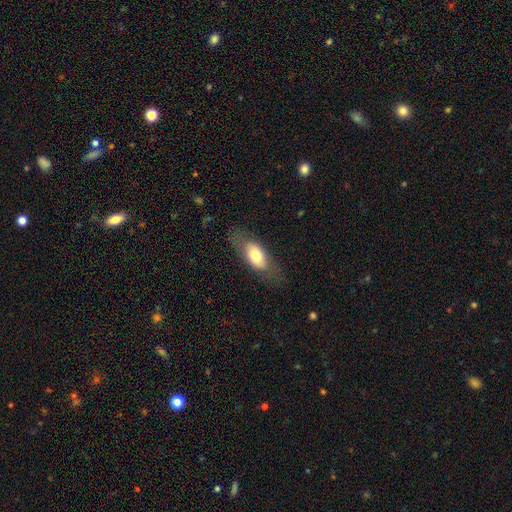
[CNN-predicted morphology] Overall: smooth (67%). How rounded: in between (84%). Merging: none (72%).